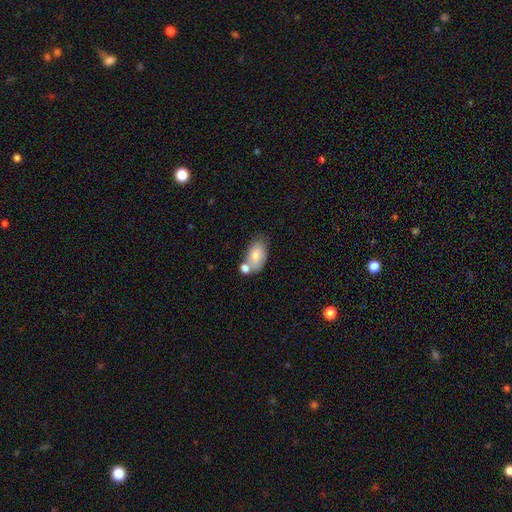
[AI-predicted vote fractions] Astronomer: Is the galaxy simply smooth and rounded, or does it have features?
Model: smooth — 78%.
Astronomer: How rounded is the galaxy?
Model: in between — 91%.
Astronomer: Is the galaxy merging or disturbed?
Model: none — 46% (runner-up: merger, 30%).